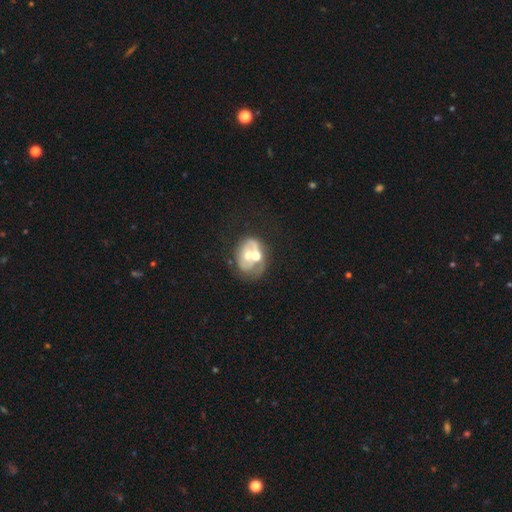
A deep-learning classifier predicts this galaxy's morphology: The model was most divided on "smooth or featured": featured or disk: 56%, smooth: 36%, star or artifact: 8%. Remaining: edge-on disk — no (97%); bar — no (84%); spiral arms — no (75%); bulge size — moderate (68%); merging — merger (50%).